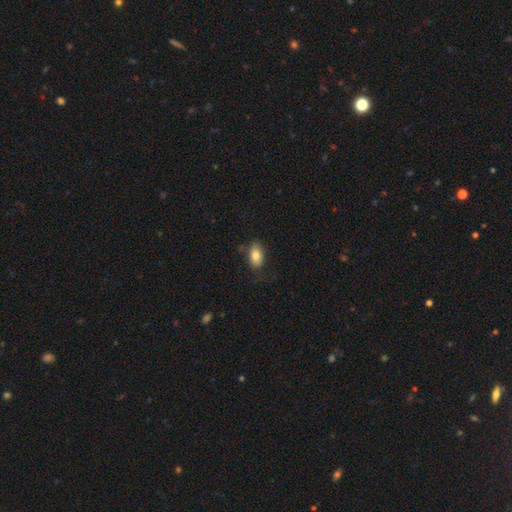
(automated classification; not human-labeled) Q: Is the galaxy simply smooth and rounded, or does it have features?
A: smooth — 81%.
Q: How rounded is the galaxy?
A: in between — 91%.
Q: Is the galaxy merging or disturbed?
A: none — 74%.